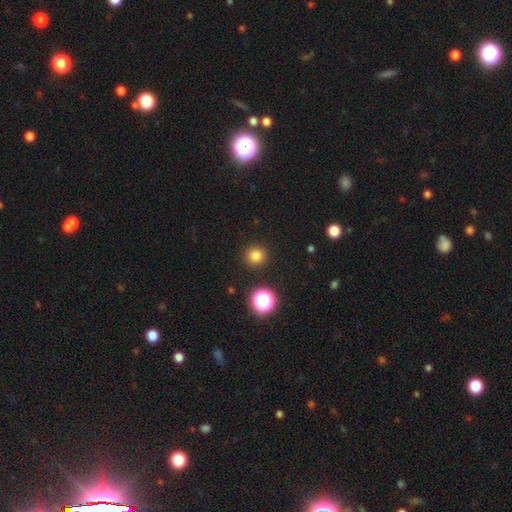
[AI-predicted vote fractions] Smooth or featured? smooth (80%)
How rounded? round (94%)
Merging? none (92%)